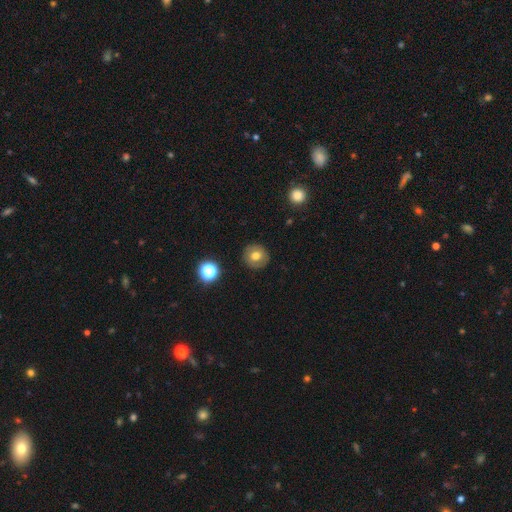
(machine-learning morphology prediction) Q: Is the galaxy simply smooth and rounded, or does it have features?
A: smooth — 70%.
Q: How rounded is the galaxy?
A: round — 92%.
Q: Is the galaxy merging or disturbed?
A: none — 89%.